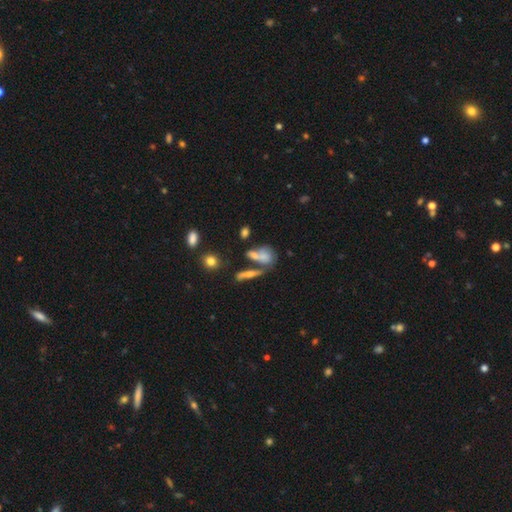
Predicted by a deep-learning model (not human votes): Q: Smooth or featured?
A: smooth (51%); runner-up: featured or disk (31%)
Q: How rounded?
A: in between (54%); runner-up: cigar-shaped (24%)
Q: Merging?
A: merger (38%); tied with: none (38%)